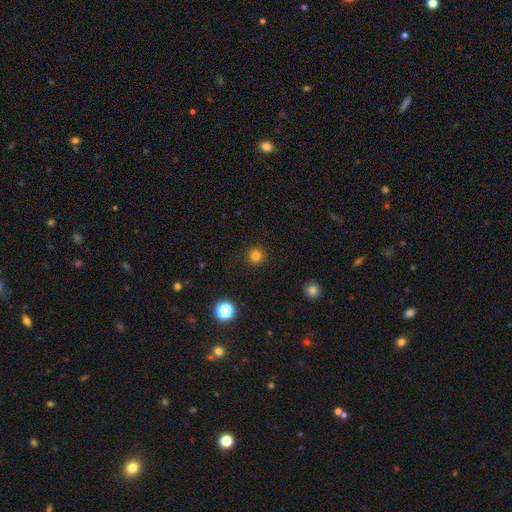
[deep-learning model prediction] A smooth galaxy with no disk features (79%) that is round (95%).

Vote fractions:
- Smooth or featured? smooth: 79% / star or artifact: 15% / featured or disk: 5%
- How rounded? round: 95% / in between: 4% / cigar-shaped: 1%
- Merging? none: 91% / minor disturbance: 6% / major disturbance: 2% / merger: 1%